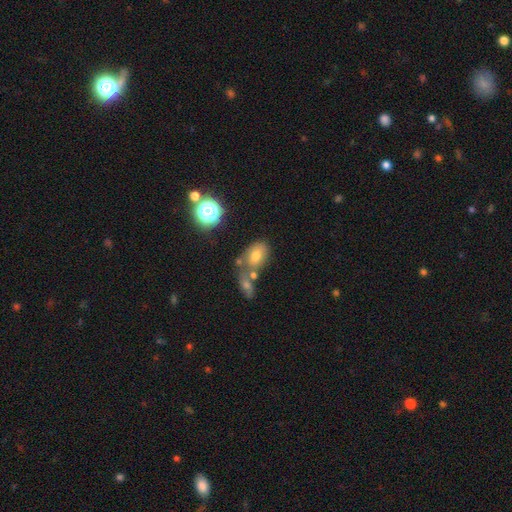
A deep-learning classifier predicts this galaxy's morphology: smooth 68%, featured or disk 19%, star or artifact 13%. Down the decision tree: how rounded — in between (81%); merging — none (44%).